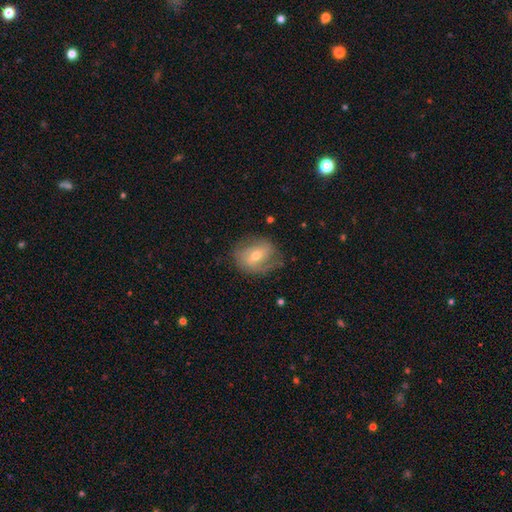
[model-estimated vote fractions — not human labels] Smooth or featured?
  - featured or disk: 50% *
  - smooth: 43%
  - star or artifact: 7%
Merging?
  - none: 65% *
  - minor disturbance: 23%
  - major disturbance: 10%
  - merger: 1%